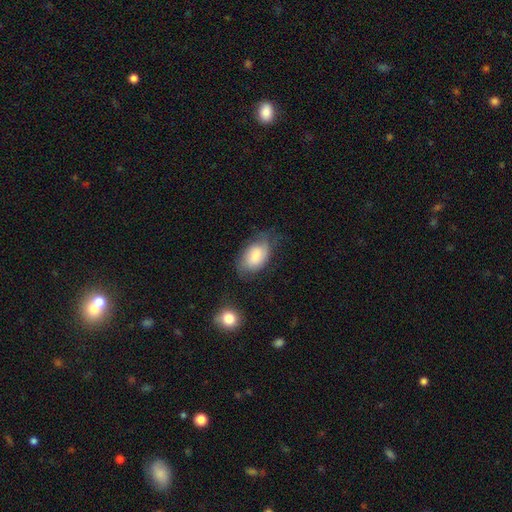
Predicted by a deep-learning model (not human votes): Smooth or featured: smooth — 72% (featured or disk — 21%)
How rounded: in between — 90% (round — 9%)
Merging: none — 53% (minor disturbance — 32%)